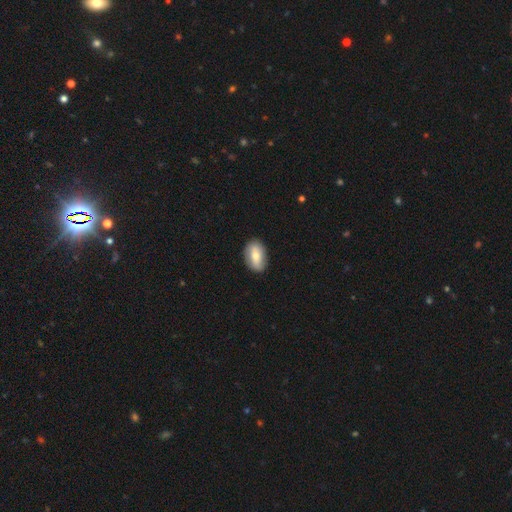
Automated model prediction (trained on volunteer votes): Smooth or featured: smooth — 66% (featured or disk — 28%)
How rounded: in between — 87% (round — 11%)
Merging: none — 85% (minor disturbance — 12%)